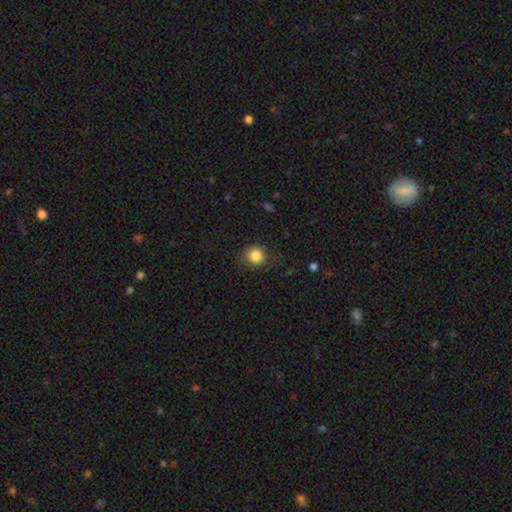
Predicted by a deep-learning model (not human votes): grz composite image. It shows a smooth galaxy with no disk features (85%) that is round (85%). Merging: none (81%).